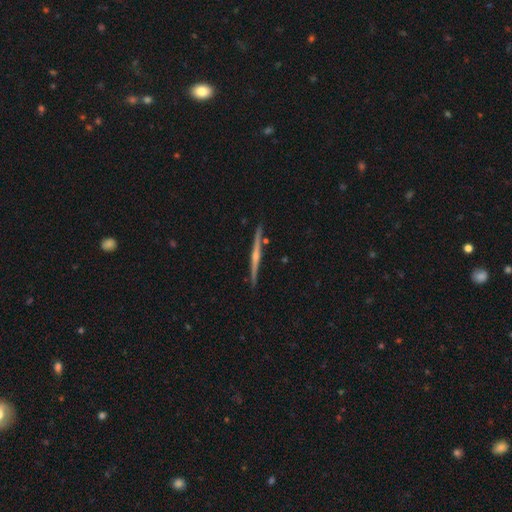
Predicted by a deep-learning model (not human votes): A featured or disk galaxy (79%) viewed edge-on (98%) with a rounded central bulge (74%). Merging: none (90%).